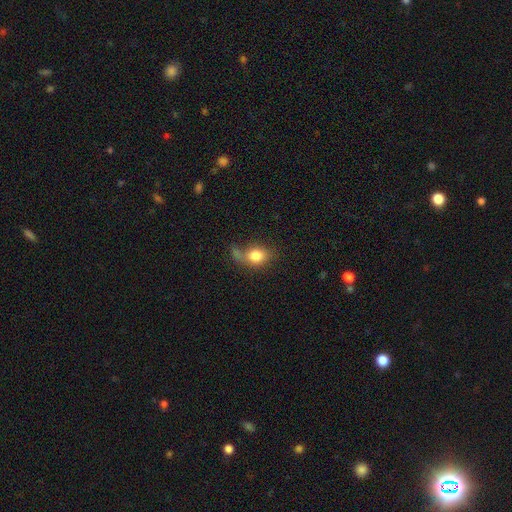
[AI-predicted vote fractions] Smooth or featured? Predicted: smooth (p=0.79). How rounded? Predicted: in between (p=0.59). Merging? Predicted: none (p=0.37).